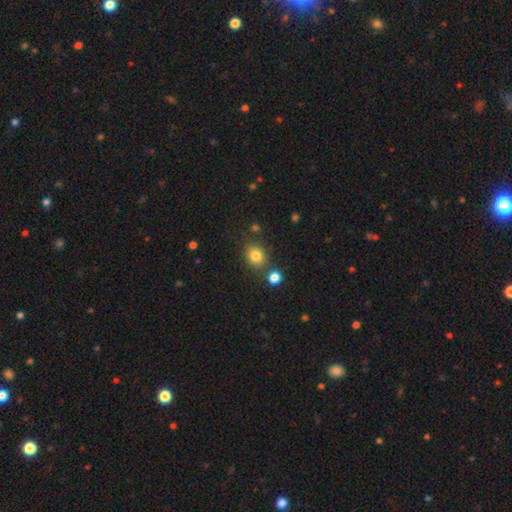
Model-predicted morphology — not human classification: smooth_or_featured: smooth (p=0.81) [alt: star or artifact p=0.12]
how_rounded: round (p=0.66) [alt: in between p=0.33]
merging: none (p=0.78) [alt: minor disturbance p=0.10]